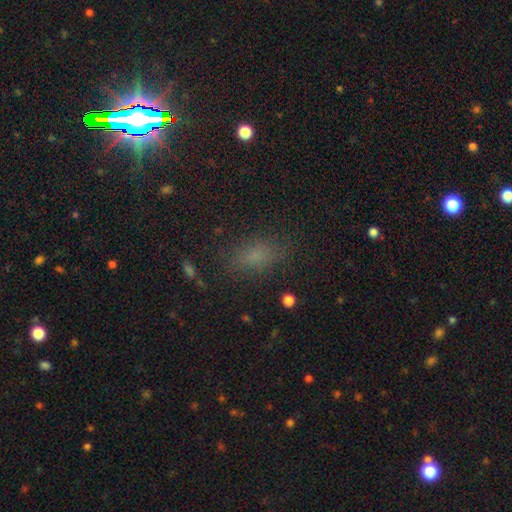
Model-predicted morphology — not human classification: Smooth or featured?
  - smooth: 67% *
  - star or artifact: 23%
  - featured or disk: 9%
How rounded?
  - in between: 80% *
  - round: 11%
  - cigar-shaped: 9%
Merging?
  - none: 79% *
  - minor disturbance: 14%
  - major disturbance: 6%
  - merger: 2%